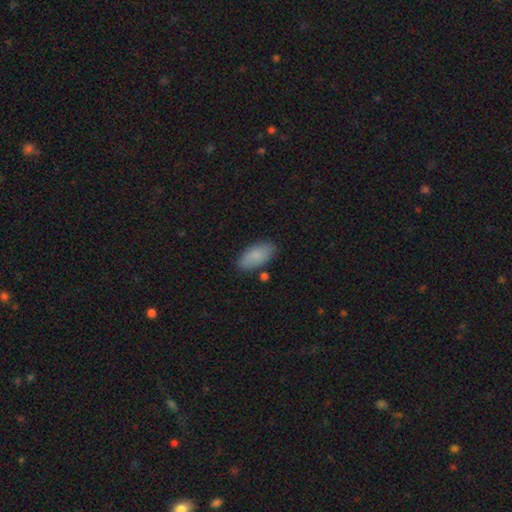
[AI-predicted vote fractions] Smooth or featured?
  - smooth: 85% *
  - featured or disk: 8%
  - star or artifact: 7%
How rounded?
  - in between: 92% *
  - cigar-shaped: 6%
  - round: 2%
Merging?
  - none: 81% *
  - minor disturbance: 13%
  - merger: 3%
  - major disturbance: 3%